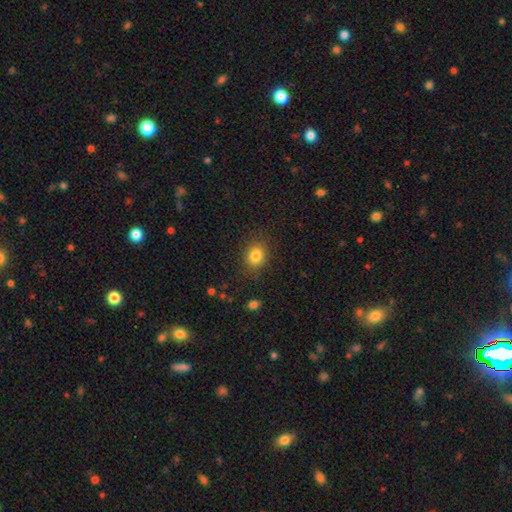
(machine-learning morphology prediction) The model was most divided on "how rounded": round: 57%, in between: 42%, cigar-shaped: 1%. More confident: merging — none (85%); smooth or featured — smooth (83%).